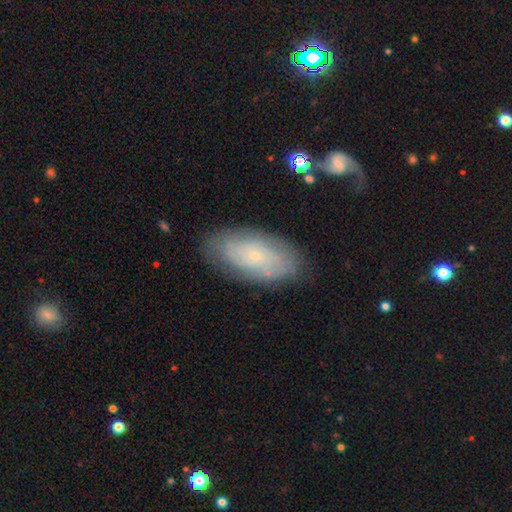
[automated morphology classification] type=featured or disk (59%); edge-on=no (92%); bar=no (72%); spiral arms=yes (80%); bulge=small (70%); merging=none (77%).